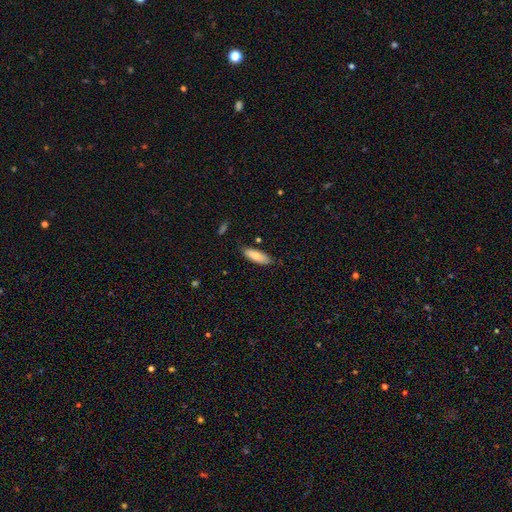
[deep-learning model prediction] smooth_or_featured: smooth (p=0.80) [alt: featured or disk p=0.13]
how_rounded: in between (p=0.69) [alt: cigar-shaped p=0.30]
merging: none (p=0.79) [alt: minor disturbance p=0.16]